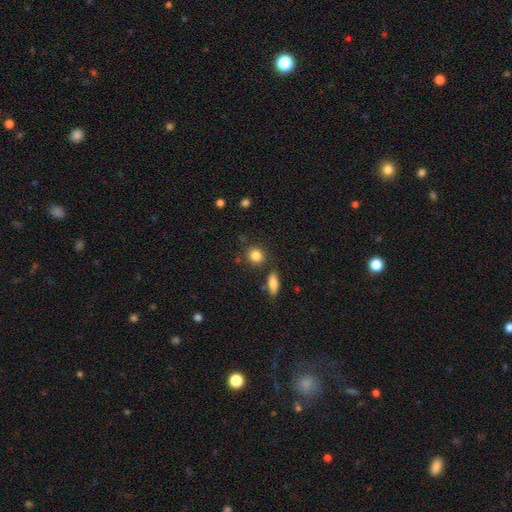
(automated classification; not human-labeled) Morphology: type=smooth (85%); roundness=round (78%); merging=none (79%).